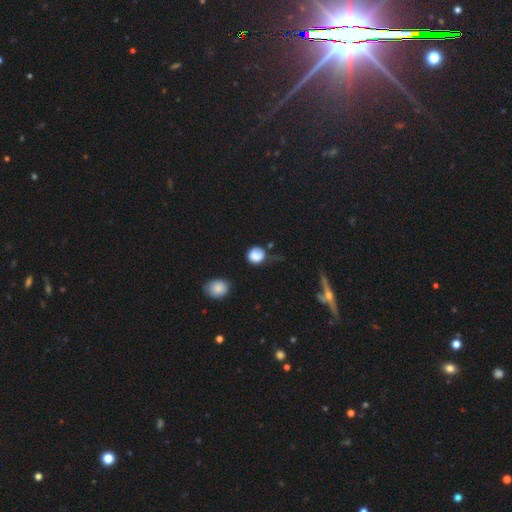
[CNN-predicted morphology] This is clearly a smooth galaxy (83%). How rounded: clearly round (83%). Merging: possibly none (56%).